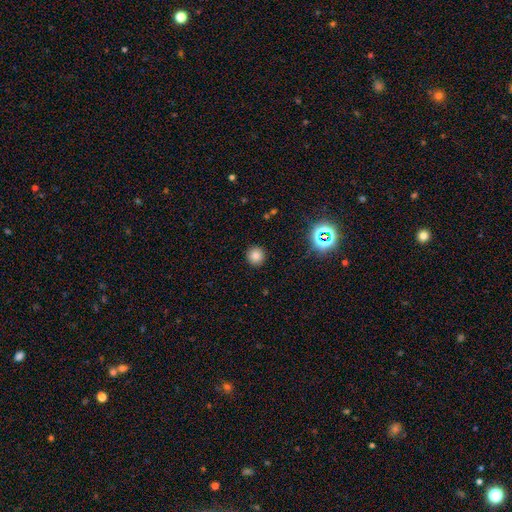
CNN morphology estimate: This appears to be a smooth galaxy with no disk features (79%) that is round (94%). Merging: none (91%).